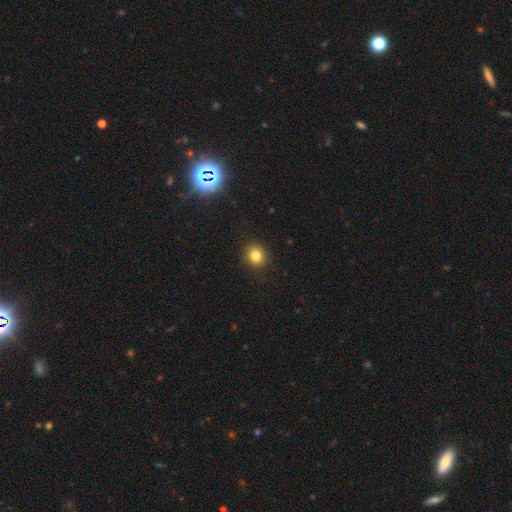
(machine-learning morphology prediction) A smooth galaxy with no disk features (81%) that is round (76%). Merging: none (90%).